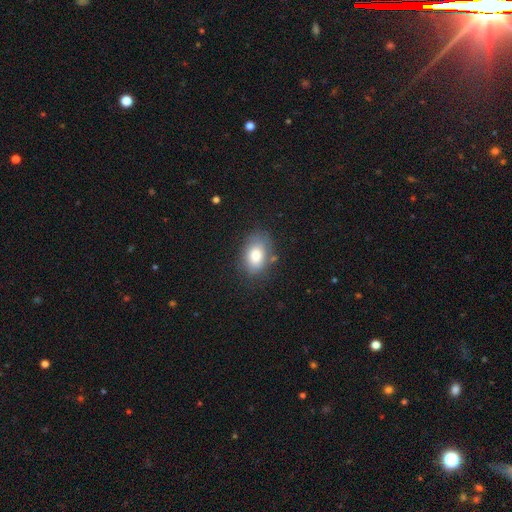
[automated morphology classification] smooth_or_featured: smooth (p=0.82) [alt: featured or disk p=0.10]
how_rounded: in between (p=0.86) [alt: round p=0.13]
merging: none (p=0.74) [alt: minor disturbance p=0.18]